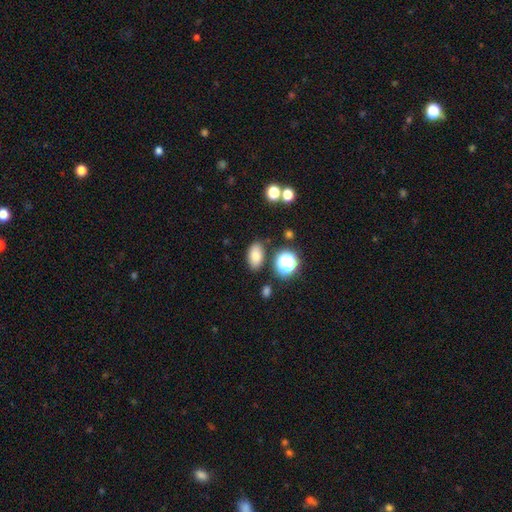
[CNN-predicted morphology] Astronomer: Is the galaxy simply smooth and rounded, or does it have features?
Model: smooth — 77%.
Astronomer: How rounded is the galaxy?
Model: in between — 88%.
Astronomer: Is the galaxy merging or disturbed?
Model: none — 82%.